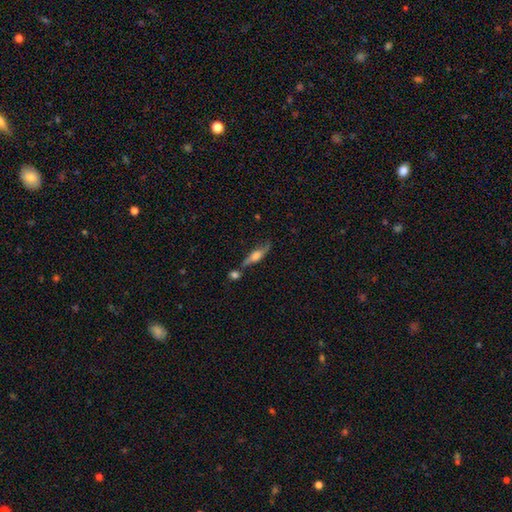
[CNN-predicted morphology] This is possibly a featured or disk galaxy (59%). It is clearly viewed edge-on (84%). Merging: possibly none (60%).